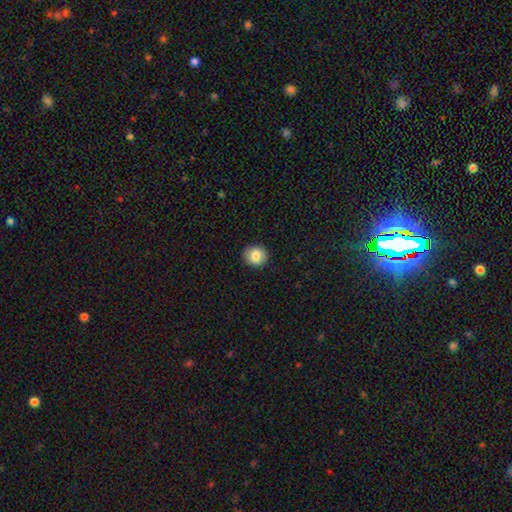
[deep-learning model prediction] Smooth or featured?
  - smooth: 83% *
  - star or artifact: 9%
  - featured or disk: 8%
How rounded?
  - round: 85% *
  - in between: 14%
  - cigar-shaped: 1%
Merging?
  - none: 89% *
  - minor disturbance: 8%
  - major disturbance: 2%
  - merger: 1%